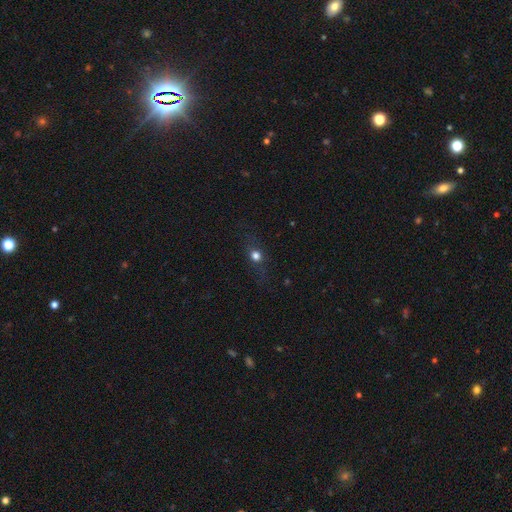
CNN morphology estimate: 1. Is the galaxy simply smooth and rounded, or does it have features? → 57% smooth, 24% featured or disk, 20% star or artifact.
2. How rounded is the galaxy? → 60% round, 28% in between, 12% cigar-shaped.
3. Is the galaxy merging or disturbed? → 78% none, 13% minor disturbance, 7% major disturbance, 2% merger.